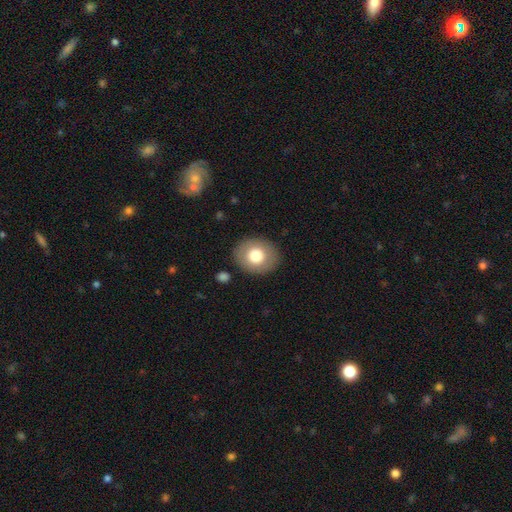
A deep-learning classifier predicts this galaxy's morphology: A smooth galaxy with no disk features (74%) that is round (62%). Merging: none (88%).